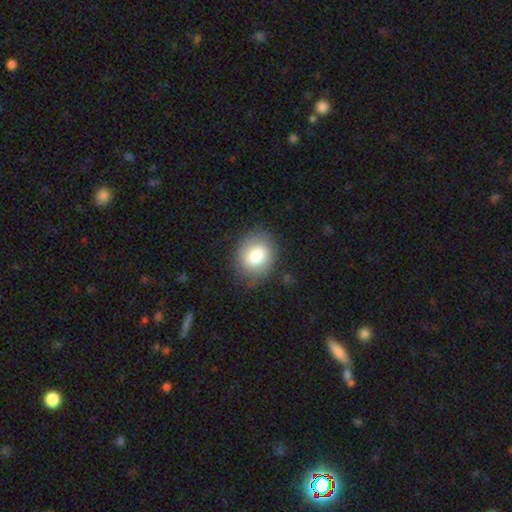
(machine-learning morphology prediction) Smooth or featured? smooth (80%)
How rounded? in between (50%)
Merging? none (79%)